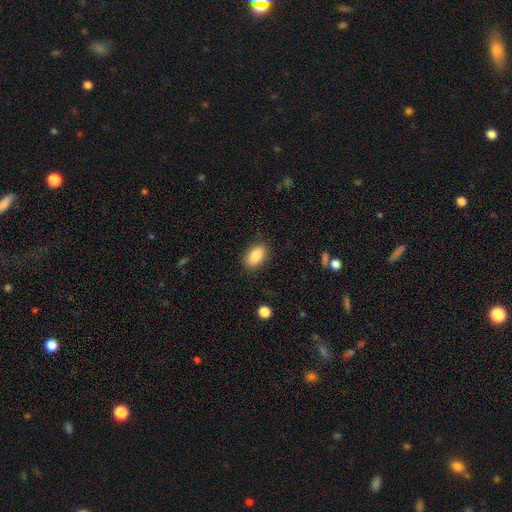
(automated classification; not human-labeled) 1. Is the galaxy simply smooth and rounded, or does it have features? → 87% smooth, 7% star or artifact, 5% featured or disk.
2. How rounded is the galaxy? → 92% in between, 6% round, 3% cigar-shaped.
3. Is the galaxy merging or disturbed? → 86% none, 10% minor disturbance, 3% major disturbance, 1% merger.